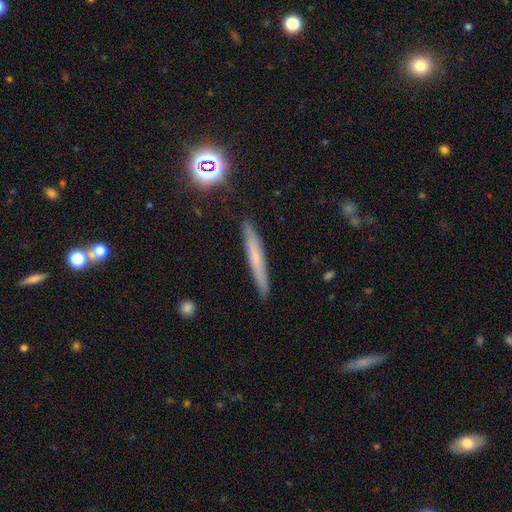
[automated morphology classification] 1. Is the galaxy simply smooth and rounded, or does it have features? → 44% featured or disk, 43% smooth, 13% star or artifact.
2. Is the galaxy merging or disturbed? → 89% none, 8% minor disturbance, 2% merger, 2% major disturbance.